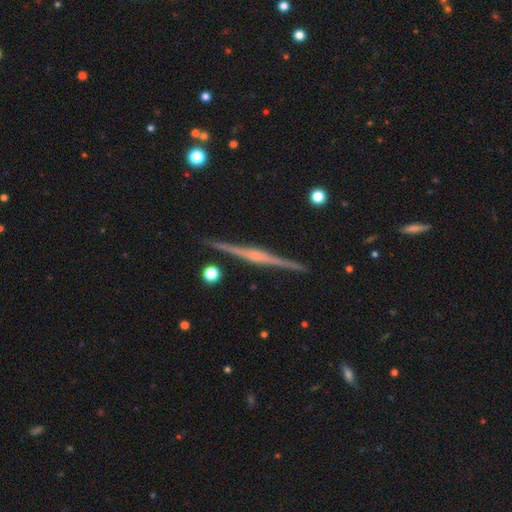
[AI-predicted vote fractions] This is clearly a featured or disk galaxy (84%). It is clearly viewed edge-on (99%). Edge-on bulge: possibly rounded (60%). Merging: clearly none (91%).